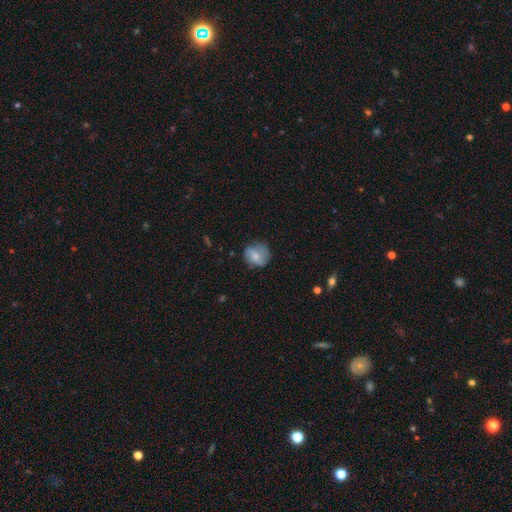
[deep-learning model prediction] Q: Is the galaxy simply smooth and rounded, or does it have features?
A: smooth — 62%.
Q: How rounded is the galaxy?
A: round — 72%.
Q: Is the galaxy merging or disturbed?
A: none — 60%.